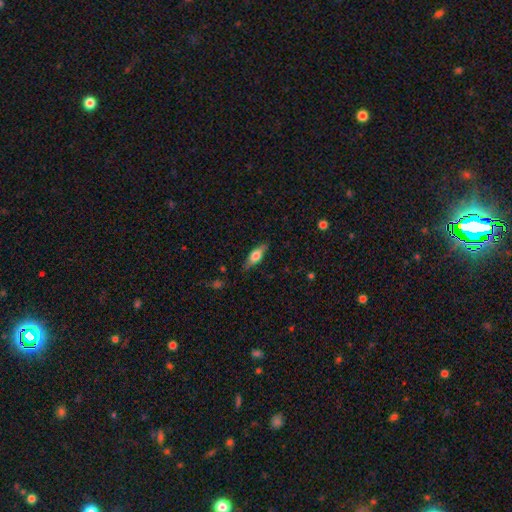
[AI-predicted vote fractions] This appears to be a smooth galaxy with no disk features (54%) that is in between round and cigar-shaped (55%). Merging: none (83%).